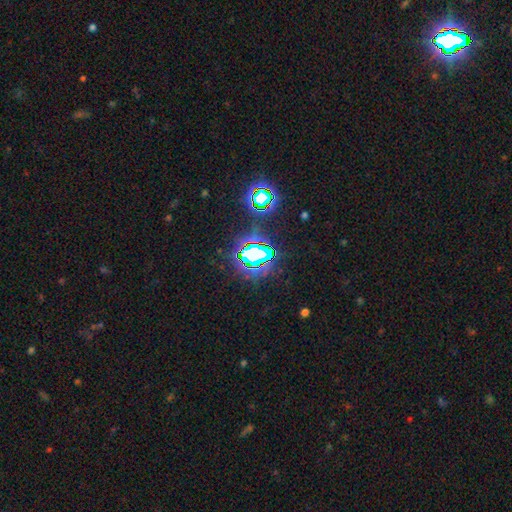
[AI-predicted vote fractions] Q: Smooth or featured?
A: star or artifact (74%); runner-up: smooth (15%)